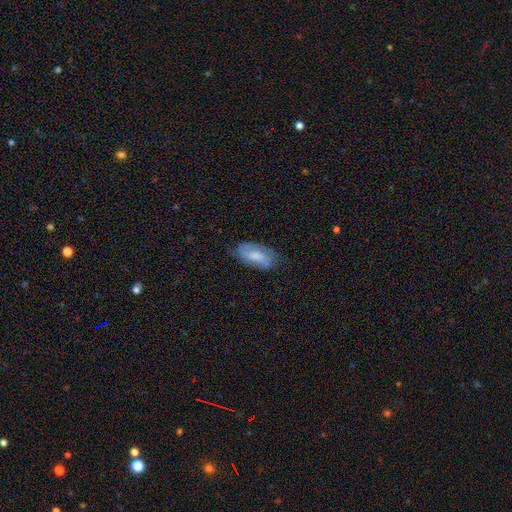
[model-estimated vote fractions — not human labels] This is possibly a smooth galaxy (51%). How rounded: clearly in between (88%). Merging: likely none (70%).